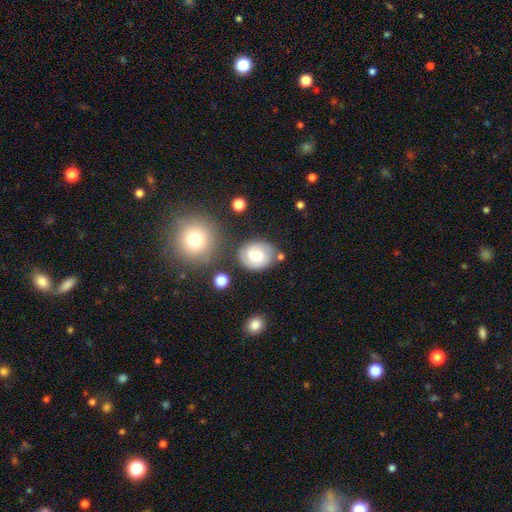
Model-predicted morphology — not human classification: type=smooth (58%); roundness=round (58%); merging=none (70%).